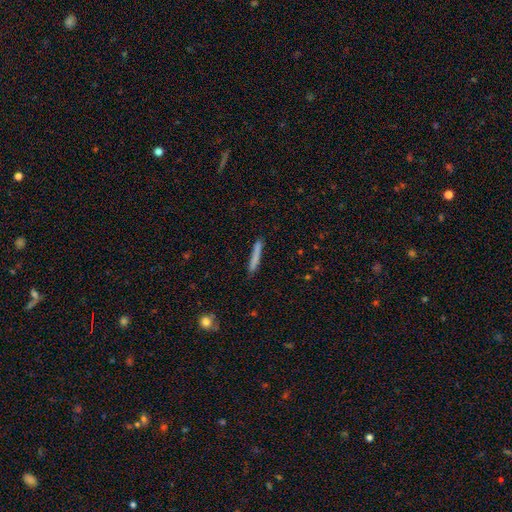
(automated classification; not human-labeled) Smooth or featured? Predicted: smooth (p=0.77). How rounded? Predicted: cigar-shaped (p=0.96). Merging? Predicted: none (p=0.87).